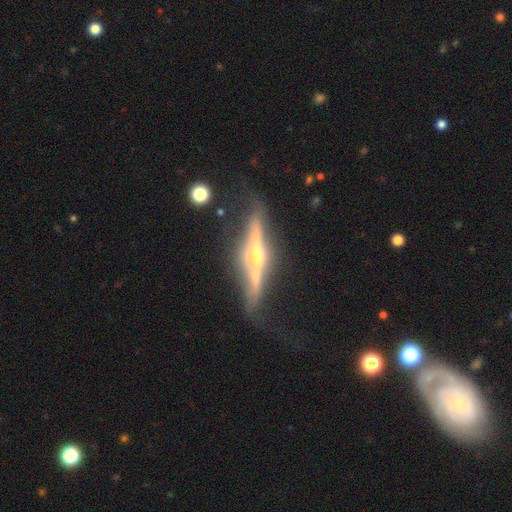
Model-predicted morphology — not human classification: This is clearly a featured or disk galaxy (83%). It is clearly viewed edge-on (95%). Edge-on bulge: clearly rounded (90%). Merging: likely none (69%).